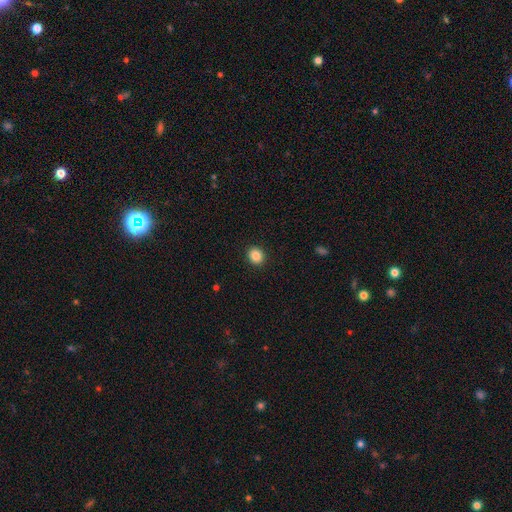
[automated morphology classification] This is clearly a smooth galaxy (86%). How rounded: likely round (76%). Merging: clearly none (92%).